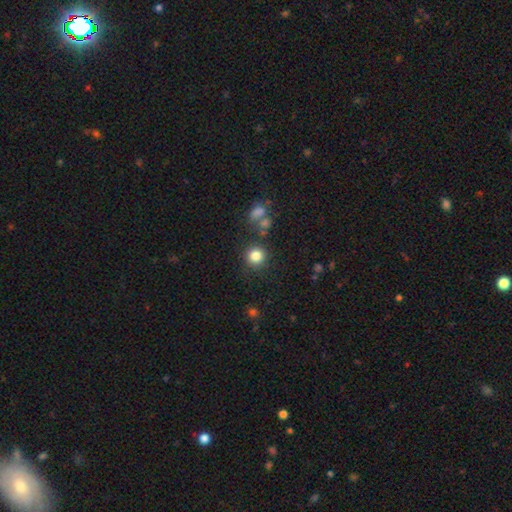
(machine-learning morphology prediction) smooth_or_featured: smooth (p=0.83) [alt: star or artifact p=0.12]
how_rounded: round (p=0.91) [alt: in between p=0.08]
merging: none (p=0.83) [alt: minor disturbance p=0.08]